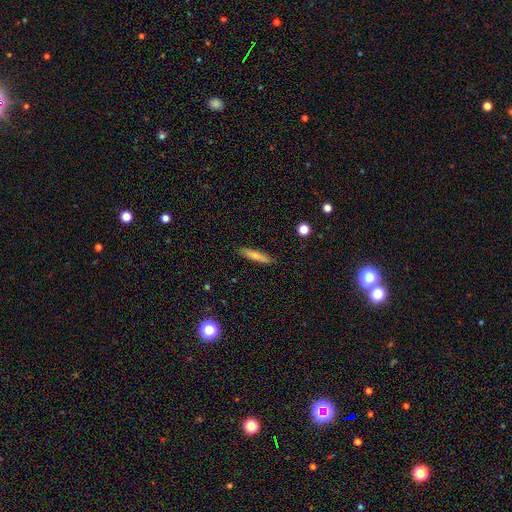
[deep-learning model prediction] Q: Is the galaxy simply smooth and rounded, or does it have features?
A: smooth — 69%.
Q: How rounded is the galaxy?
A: cigar-shaped — 84%.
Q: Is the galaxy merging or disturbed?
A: none — 88%.